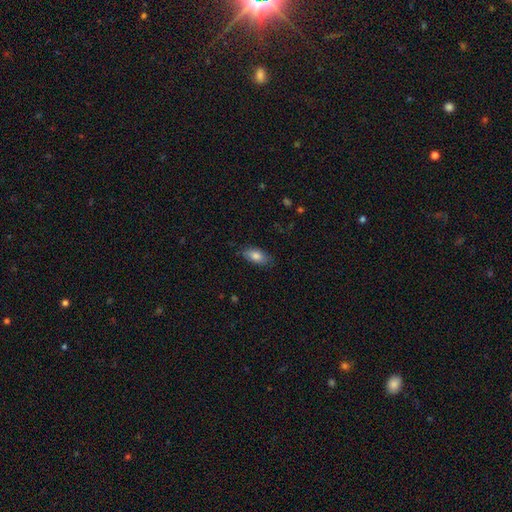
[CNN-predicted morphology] Overall: smooth (82%). How rounded: in between (89%). Merging: none (81%).